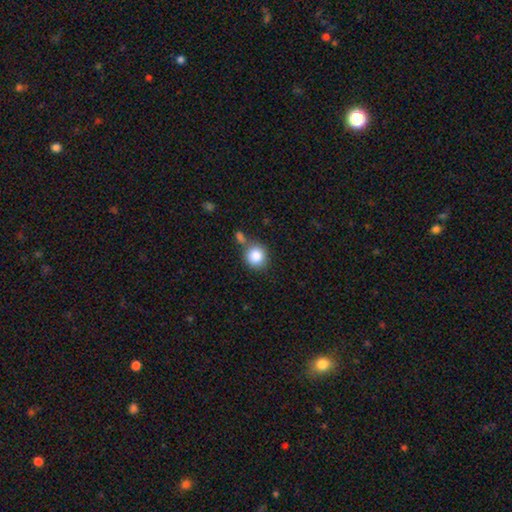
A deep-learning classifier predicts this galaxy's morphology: smooth_or_featured: smooth (p=0.86) [alt: star or artifact p=0.09]
how_rounded: round (p=0.87) [alt: in between p=0.12]
merging: none (p=0.63) [alt: merger p=0.19]